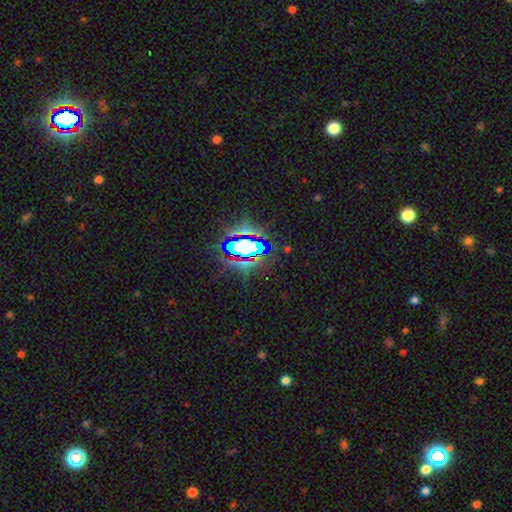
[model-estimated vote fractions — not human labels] star or artifact 75%, smooth 15%, featured or disk 10%.